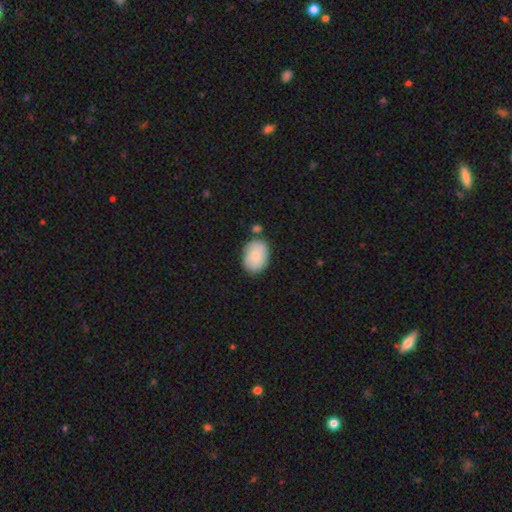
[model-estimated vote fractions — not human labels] This appears to be a smooth galaxy with no disk features (81%) that is in between round and cigar-shaped (77%). Merging: none (70%).